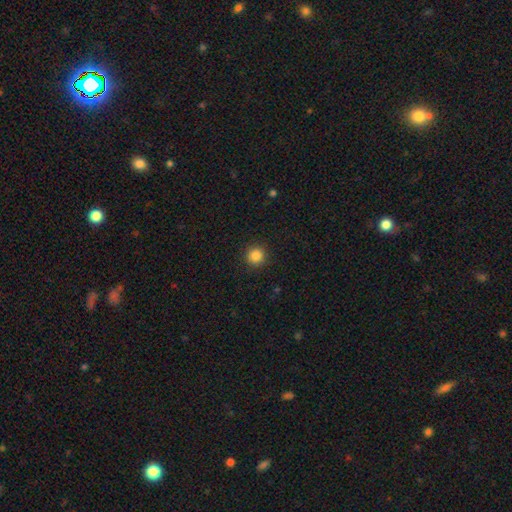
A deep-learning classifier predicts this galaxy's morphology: Smooth or featured?
  - smooth: 85% *
  - star or artifact: 11%
  - featured or disk: 4%
How rounded?
  - round: 95% *
  - in between: 4%
  - cigar-shaped: 1%
Merging?
  - none: 92% *
  - minor disturbance: 5%
  - major disturbance: 2%
  - merger: 1%